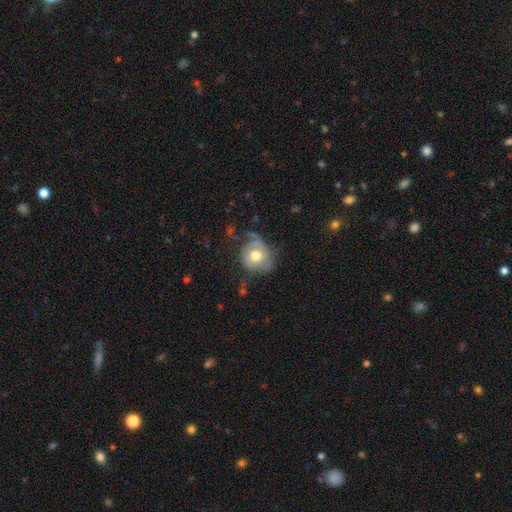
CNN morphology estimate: Smooth or featured? Predicted: smooth (p=0.52). How rounded? Predicted: round (p=0.76). Merging? Predicted: none (p=0.45).